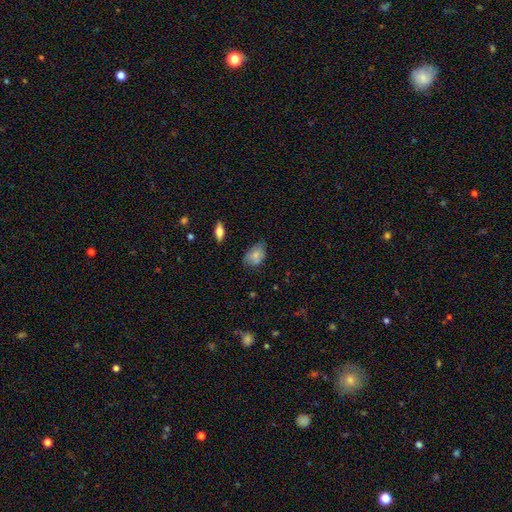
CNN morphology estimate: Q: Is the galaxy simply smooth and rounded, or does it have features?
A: smooth — 74%.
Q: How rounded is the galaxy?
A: in between — 83%.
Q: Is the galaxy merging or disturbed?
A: none — 54%.